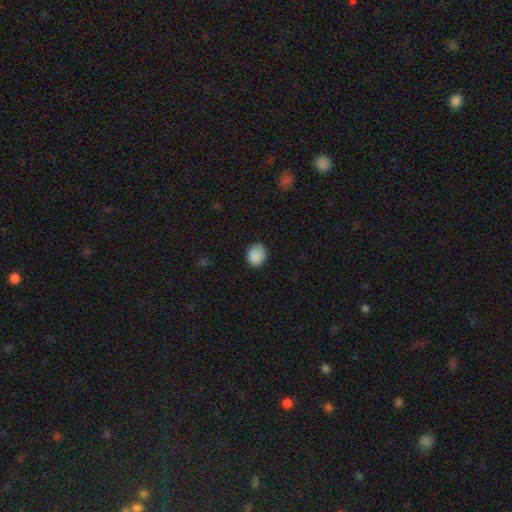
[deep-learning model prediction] Q: Smooth or featured?
A: smooth (89%); runner-up: star or artifact (8%)
Q: How rounded?
A: round (66%); runner-up: in between (33%)
Q: Merging?
A: none (80%); runner-up: minor disturbance (16%)